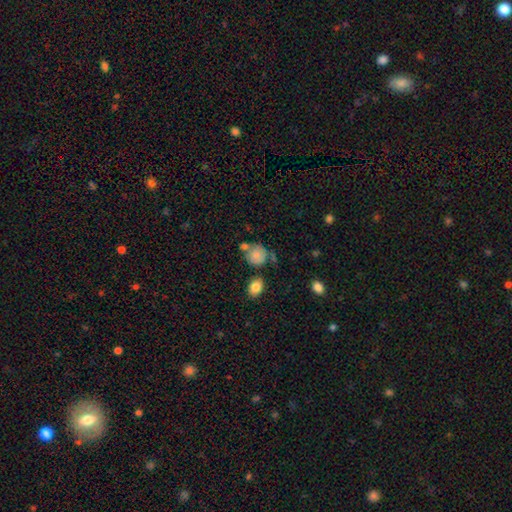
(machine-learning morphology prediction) Q: Smooth or featured?
A: smooth (77%); runner-up: featured or disk (14%)
Q: How rounded?
A: round (82%); runner-up: in between (17%)
Q: Merging?
A: none (57%); runner-up: minor disturbance (19%)